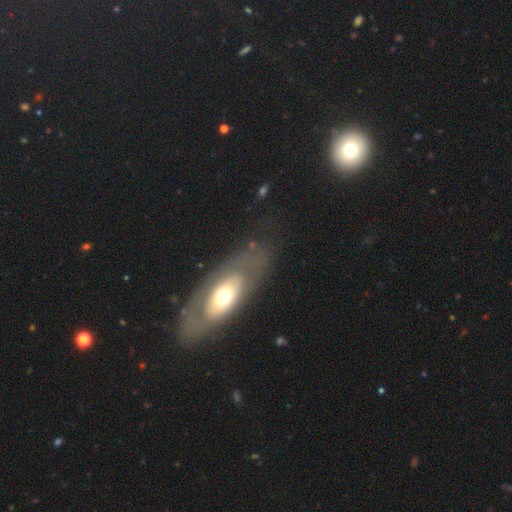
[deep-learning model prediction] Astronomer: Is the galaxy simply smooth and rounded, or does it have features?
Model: featured or disk — 57% (runner-up: smooth, 35%).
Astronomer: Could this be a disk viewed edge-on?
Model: no — 81%.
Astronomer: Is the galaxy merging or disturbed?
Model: none — 73%.